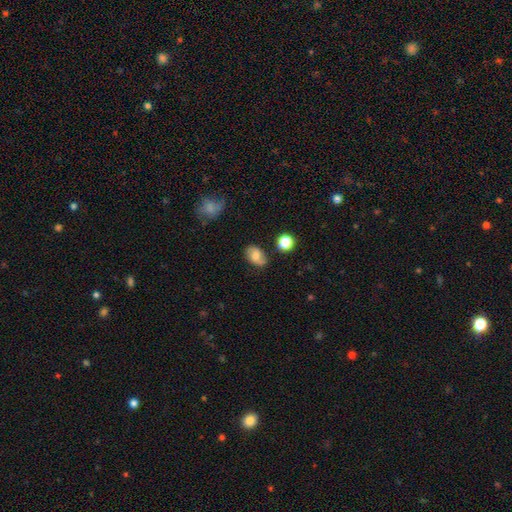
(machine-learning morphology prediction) Smooth or featured? smooth (58%)
How rounded? in between (76%)
Merging? none (71%)